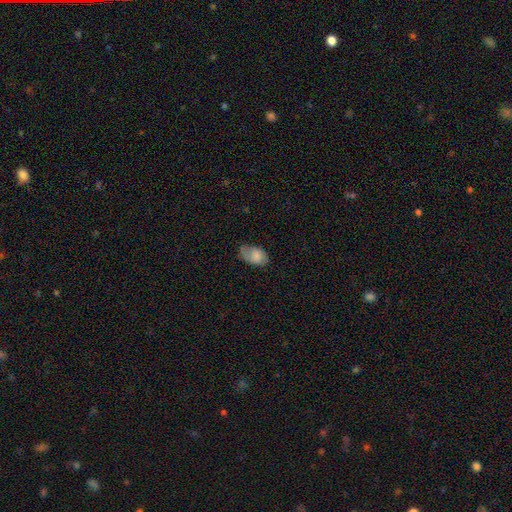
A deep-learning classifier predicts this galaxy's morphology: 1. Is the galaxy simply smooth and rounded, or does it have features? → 69% smooth, 23% featured or disk, 7% star or artifact.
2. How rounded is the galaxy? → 91% in between, 7% round, 1% cigar-shaped.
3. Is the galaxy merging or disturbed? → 53% none, 33% minor disturbance, 13% major disturbance, 2% merger.